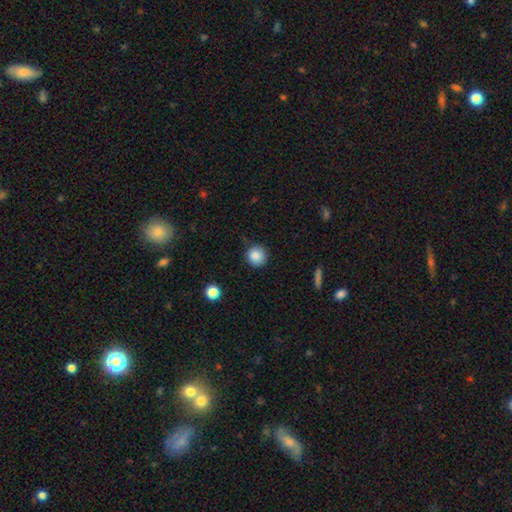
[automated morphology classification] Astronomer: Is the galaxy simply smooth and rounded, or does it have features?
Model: smooth — 87%.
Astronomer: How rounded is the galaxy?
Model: round — 94%.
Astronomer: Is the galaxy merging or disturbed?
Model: none — 87%.